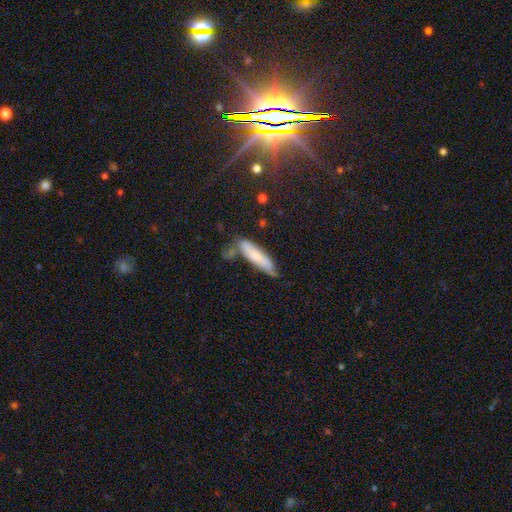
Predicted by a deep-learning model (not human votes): smooth-or-featured: smooth: 72% | featured or disk: 21% | star or artifact: 7%
  how-rounded: cigar-shaped: 76% | in between: 23% | round: 2%
  merging: none: 61% | minor disturbance: 25% | merger: 9% | major disturbance: 6%